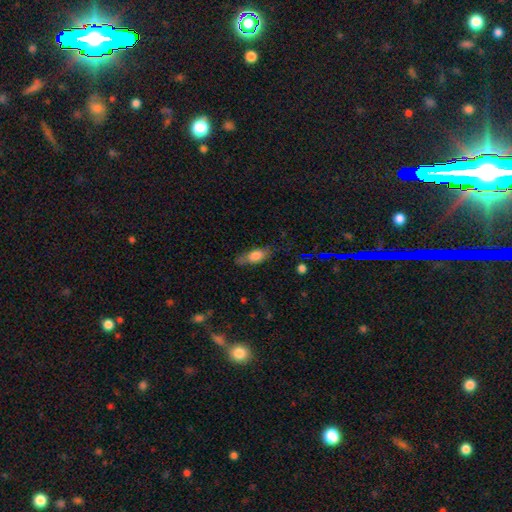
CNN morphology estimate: smooth-or-featured: smooth: 69% | featured or disk: 22% | star or artifact: 9%
  how-rounded: in between: 71% | cigar-shaped: 25% | round: 5%
  merging: none: 65% | minor disturbance: 25% | major disturbance: 8% | merger: 2%